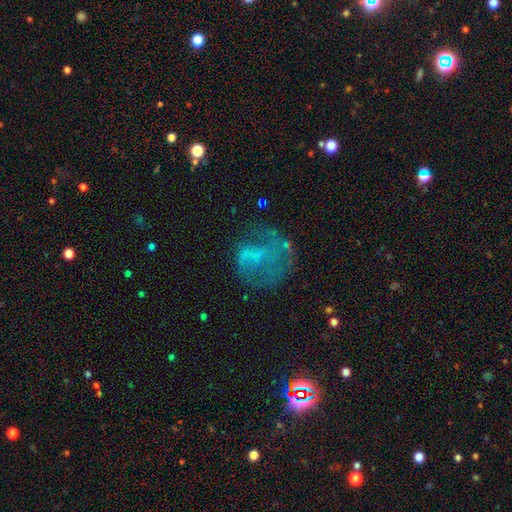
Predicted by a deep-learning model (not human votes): The model was most divided on "merging": none: 41%, major disturbance: 37%, minor disturbance: 19%, merger: 4%. Remaining: smooth or featured — featured or disk (48%).